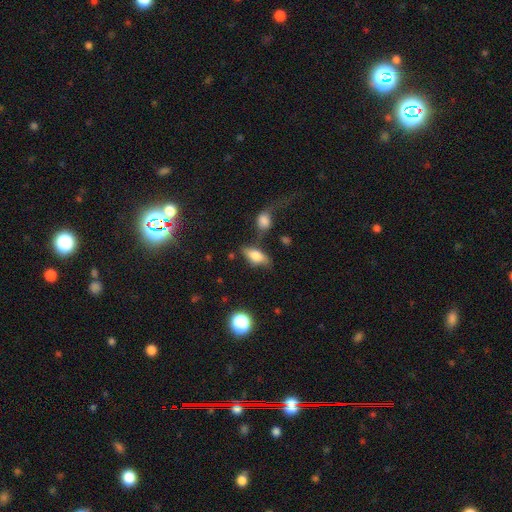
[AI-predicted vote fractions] Overall: smooth (66%). How rounded: in between (82%). Merging: none (58%; minor disturbance 22%).